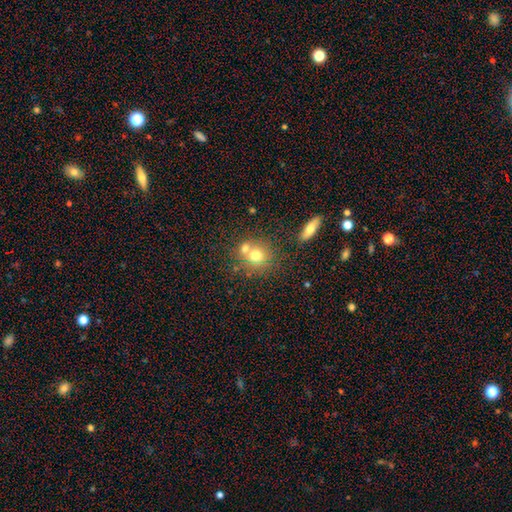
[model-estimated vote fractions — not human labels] Smooth or featured? Predicted: smooth (p=0.68). How rounded? Predicted: round (p=0.80). Merging? Predicted: none (p=0.47).